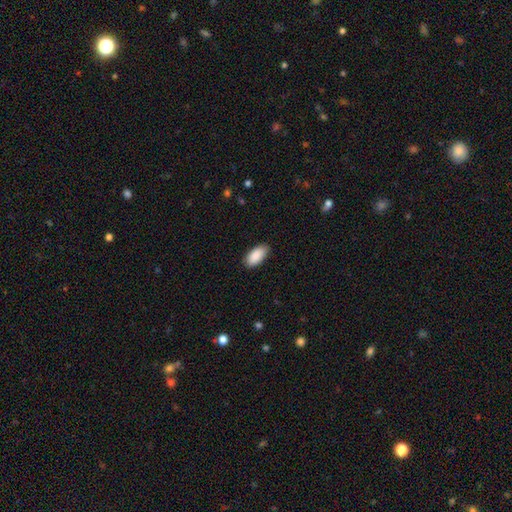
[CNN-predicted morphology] type=smooth (90%); roundness=in between (93%); merging=none (87%).